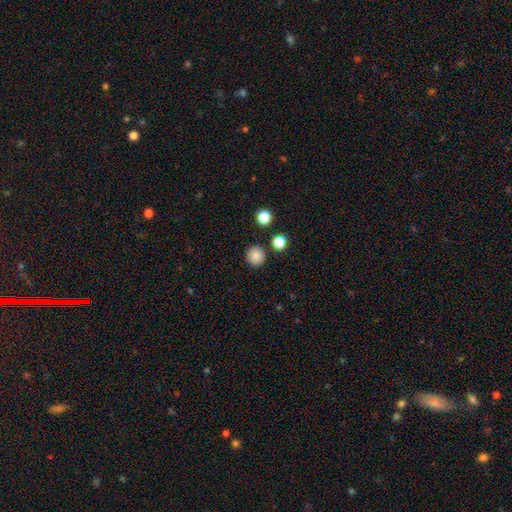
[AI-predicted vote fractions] smooth_or_featured: smooth (p=0.86) [alt: star or artifact p=0.11]
how_rounded: round (p=0.93) [alt: in between p=0.06]
merging: none (p=0.89) [alt: minor disturbance p=0.06]